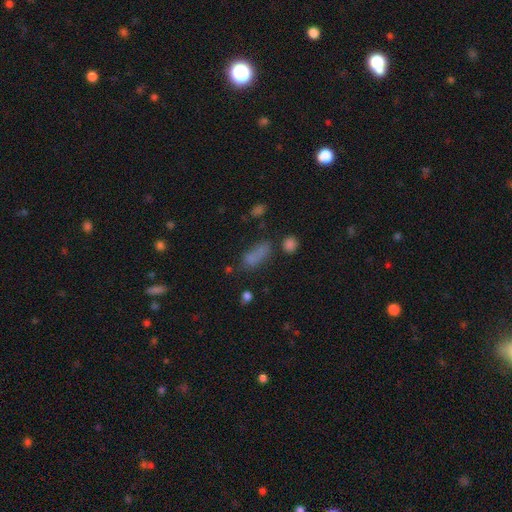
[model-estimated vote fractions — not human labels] A smooth galaxy with no disk features (73%) that is in between round and cigar-shaped (69%).

Vote fractions:
- Smooth or featured? smooth: 73% / star or artifact: 17% / featured or disk: 11%
- How rounded? in between: 69% / cigar-shaped: 24% / round: 7%
- Merging? none: 50% / minor disturbance: 23% / major disturbance: 15% / merger: 13%